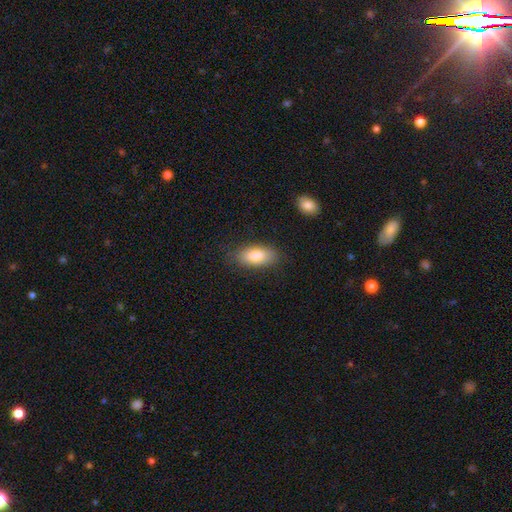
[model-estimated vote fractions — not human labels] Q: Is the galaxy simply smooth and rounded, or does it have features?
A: smooth — 82%.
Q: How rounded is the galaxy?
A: in between — 89%.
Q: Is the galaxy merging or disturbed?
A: none — 82%.